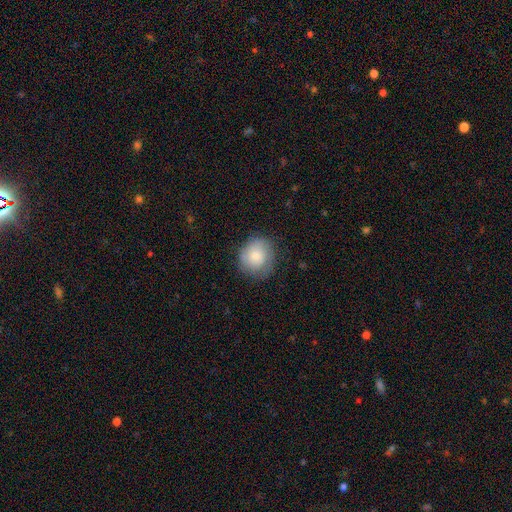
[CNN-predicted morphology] Smooth or featured? Predicted: smooth (p=0.71). How rounded? Predicted: round (p=0.83). Merging? Predicted: none (p=0.71).